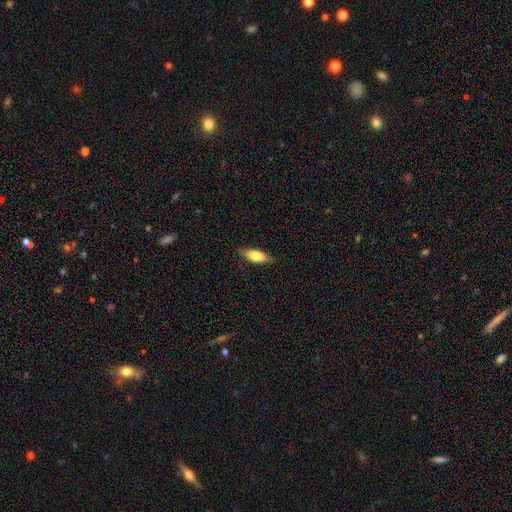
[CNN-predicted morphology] Overall: smooth (76%). How rounded: in between (74%). Merging: none (82%).